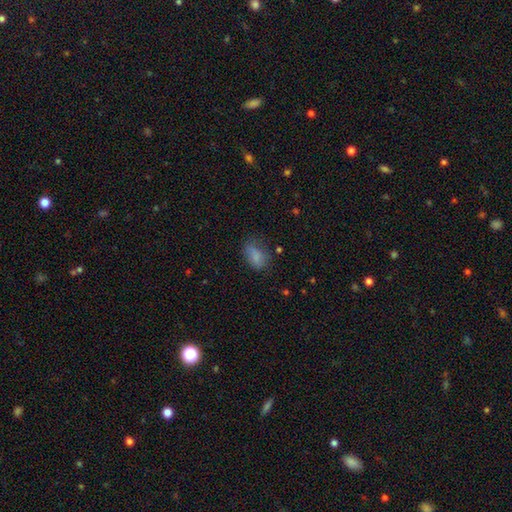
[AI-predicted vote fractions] smooth_or_featured: smooth (p=0.78) [alt: featured or disk p=0.11]
how_rounded: in between (p=0.87) [alt: round p=0.11]
merging: none (p=0.55) [alt: minor disturbance p=0.29]